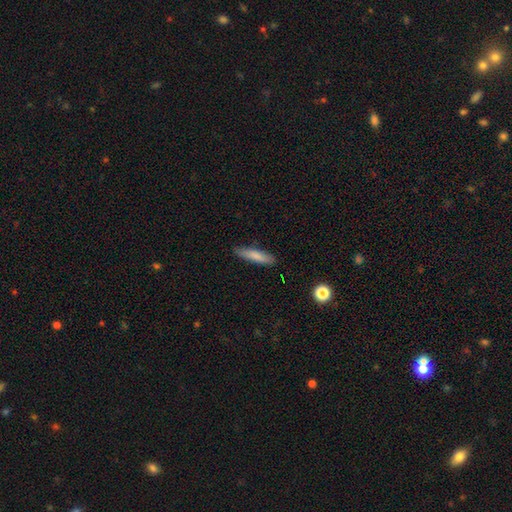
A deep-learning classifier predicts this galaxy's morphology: A smooth galaxy with no disk features (80%) that is cigar-shaped (83%).

Vote fractions:
- Smooth or featured? smooth: 80% / featured or disk: 14% / star or artifact: 6%
- How rounded? cigar-shaped: 83% / in between: 16% / round: 1%
- Merging? none: 85% / minor disturbance: 12% / major disturbance: 2% / merger: 1%